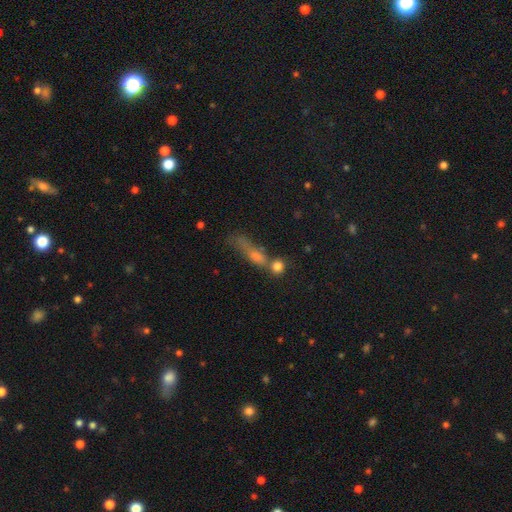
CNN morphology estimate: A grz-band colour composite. It shows a smooth galaxy with no disk features (58%) that is cigar-shaped (48%). Merging: merger (35%).